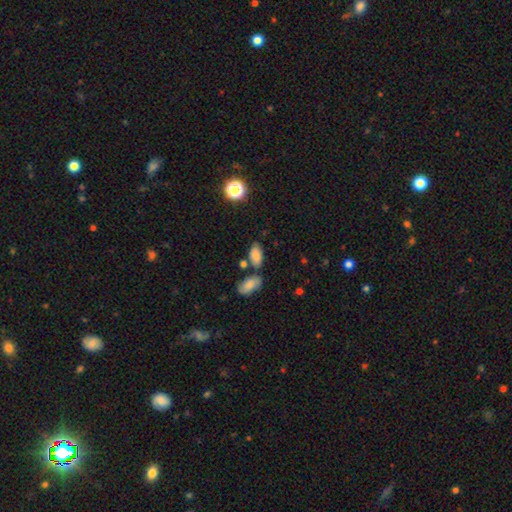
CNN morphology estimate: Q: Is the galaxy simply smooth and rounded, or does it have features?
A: smooth — 82%.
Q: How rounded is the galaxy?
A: in between — 92%.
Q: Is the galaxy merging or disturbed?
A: none — 62%.